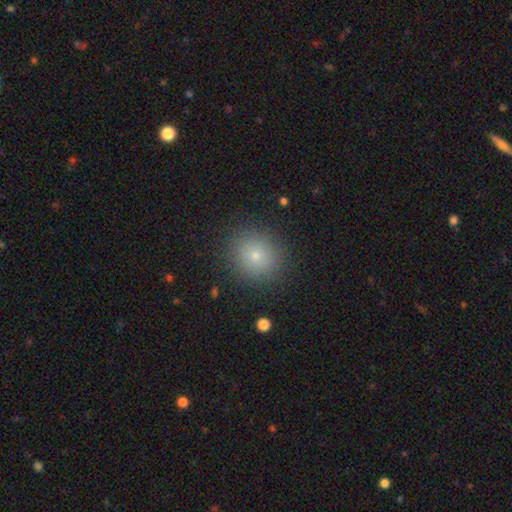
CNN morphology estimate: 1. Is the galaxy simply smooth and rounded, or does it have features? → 76% smooth, 14% star or artifact, 10% featured or disk.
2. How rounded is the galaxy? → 84% round, 15% in between, 1% cigar-shaped.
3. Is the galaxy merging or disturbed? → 88% none, 7% minor disturbance, 3% major disturbance, 1% merger.